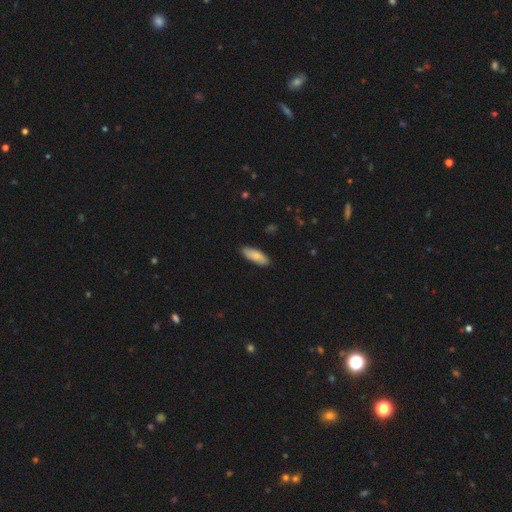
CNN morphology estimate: Smooth or featured? Predicted: smooth (p=0.82). How rounded? Predicted: in between (p=0.69). Merging? Predicted: none (p=0.86).